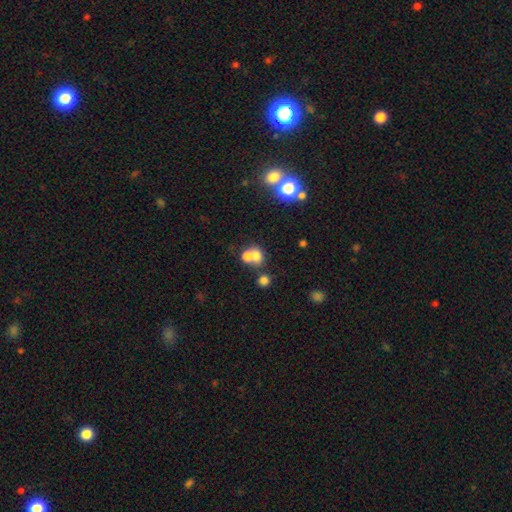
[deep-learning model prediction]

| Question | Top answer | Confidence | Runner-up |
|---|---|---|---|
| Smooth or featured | smooth | 68% | featured or disk (17%) |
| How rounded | round | 64% | in between (35%) |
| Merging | merger | 59% | none (30%) |